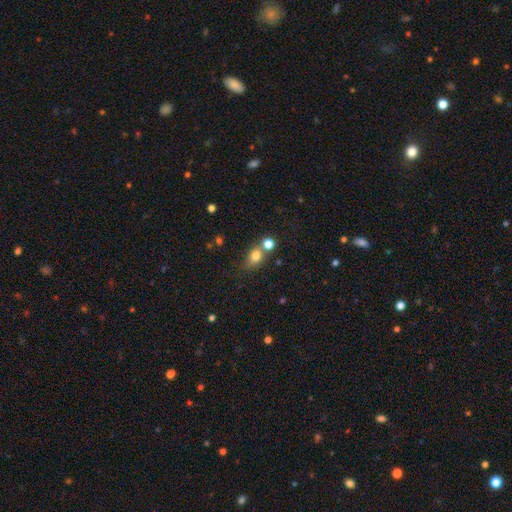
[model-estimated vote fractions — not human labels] This appears to be a smooth galaxy with no disk features (77%) that is in between round and cigar-shaped (49%). Merging: none (47%).